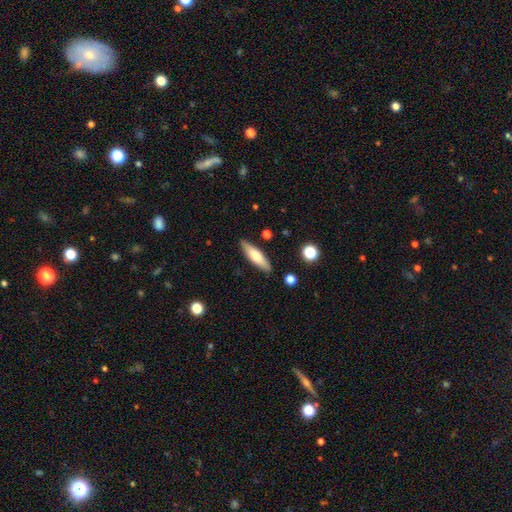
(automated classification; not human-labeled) A smooth galaxy with no disk features (59%) that is cigar-shaped (62%).

Vote fractions:
- Smooth or featured? smooth: 59% / featured or disk: 35% / star or artifact: 6%
- How rounded? cigar-shaped: 62% / in between: 36% / round: 2%
- Merging? none: 87% / minor disturbance: 9% / merger: 2% / major disturbance: 2%